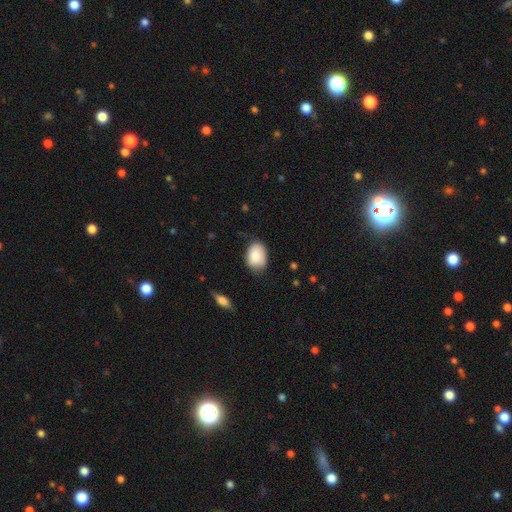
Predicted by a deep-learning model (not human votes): Q: Smooth or featured?
A: smooth (82%); runner-up: featured or disk (11%)
Q: How rounded?
A: in between (79%); runner-up: round (19%)
Q: Merging?
A: none (63%); runner-up: minor disturbance (29%)